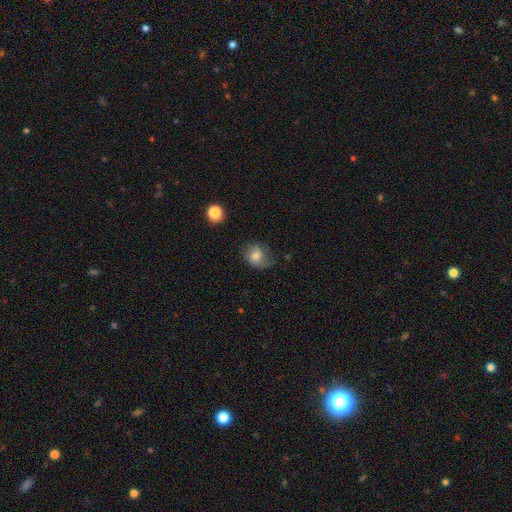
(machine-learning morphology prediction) This appears to be a smooth galaxy with no disk features (72%) that is round (58%). Merging: none (52%).